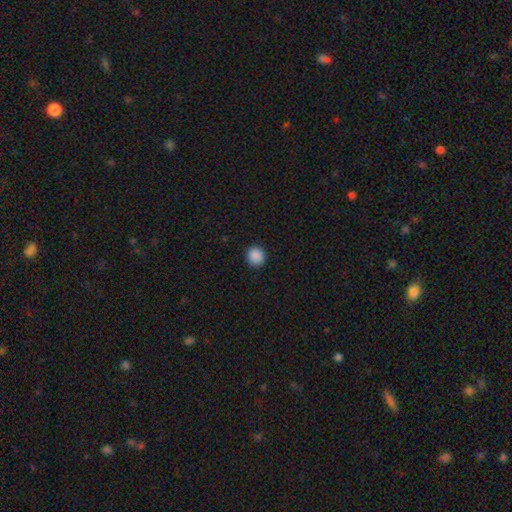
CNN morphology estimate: smooth 89%, star or artifact 9%, featured or disk 2%. Down the decision tree: how rounded — round (94%); merging — none (93%).